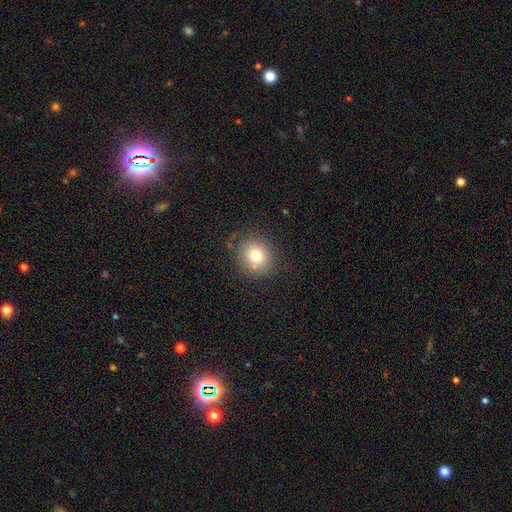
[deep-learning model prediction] Overall: smooth (75%). How rounded: round (82%). Merging: none (81%).